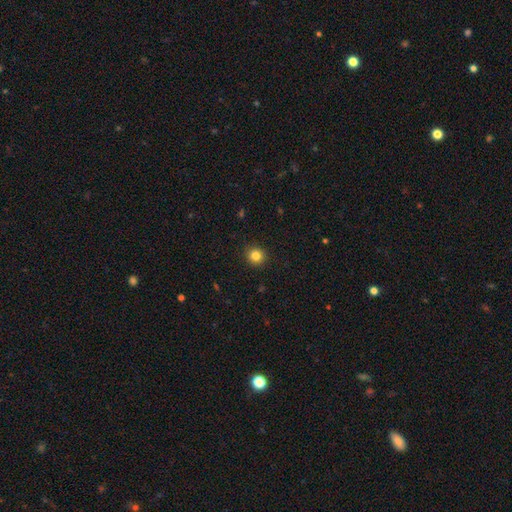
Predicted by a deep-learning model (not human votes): smooth-or-featured: smooth: 83% | star or artifact: 12% | featured or disk: 5%
  how-rounded: round: 92% | in between: 7% | cigar-shaped: 1%
  merging: none: 92% | minor disturbance: 6% | major disturbance: 2% | merger: 1%